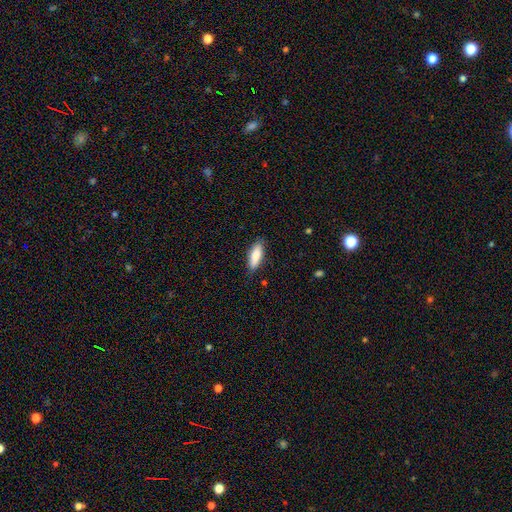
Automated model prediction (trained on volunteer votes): Overall: smooth (84%). How rounded: in between (57%; cigar-shaped 41%). Merging: none (84%).